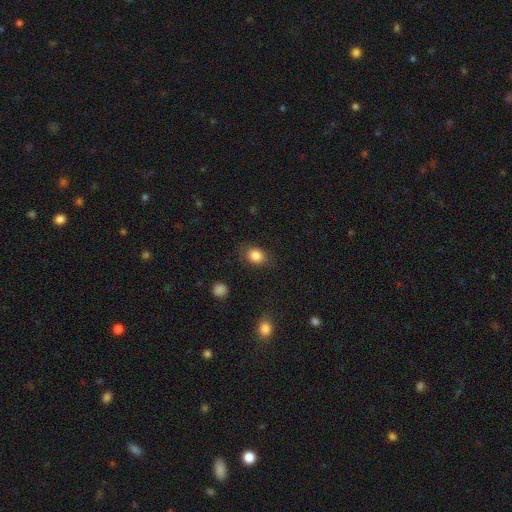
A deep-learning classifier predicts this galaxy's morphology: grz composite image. It shows a smooth galaxy with no disk features (84%) that is in between round and cigar-shaped (55%). Merging: none (80%).